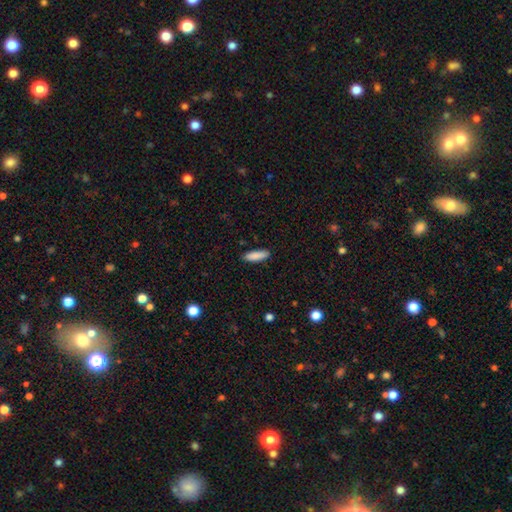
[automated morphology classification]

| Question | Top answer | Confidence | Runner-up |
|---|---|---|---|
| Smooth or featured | smooth | 89% | star or artifact (6%) |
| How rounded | cigar-shaped | 55% | in between (44%) |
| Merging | none | 89% | minor disturbance (9%) |